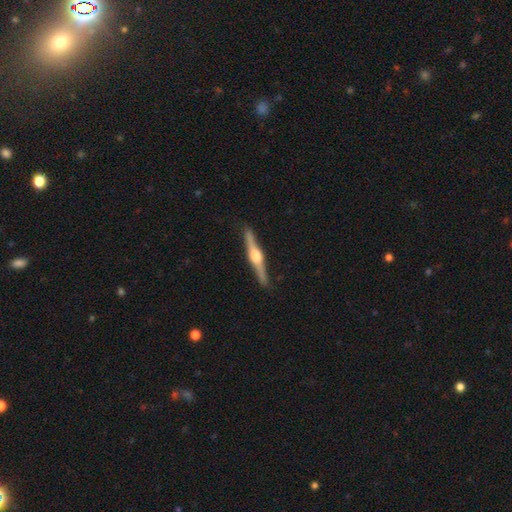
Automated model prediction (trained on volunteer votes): featured or disk 83%, smooth 12%, star or artifact 5%. Down the decision tree: edge-on disk — yes (98%); edge-on bulge — rounded (91%); merging — none (90%).